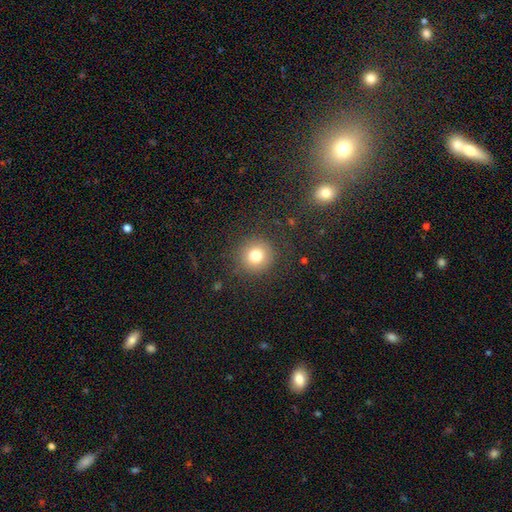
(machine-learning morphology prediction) Smooth or featured? Predicted: smooth (p=0.77). How rounded? Predicted: round (p=0.94). Merging? Predicted: none (p=0.88).